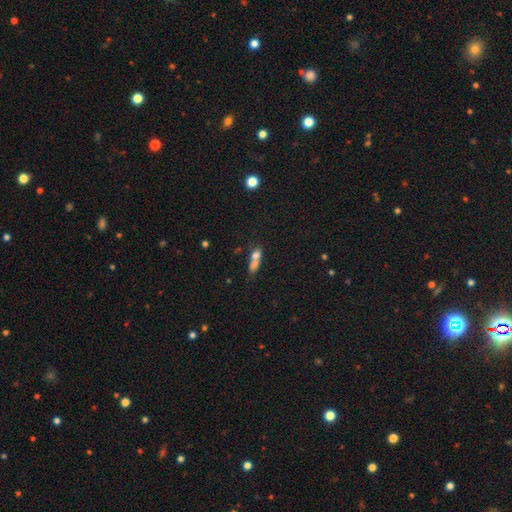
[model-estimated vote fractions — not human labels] A smooth galaxy with no disk features (67%) that is in between round and cigar-shaped (54%).

Vote fractions:
- Smooth or featured? smooth: 67% / featured or disk: 20% / star or artifact: 13%
- How rounded? in between: 54% / round: 26% / cigar-shaped: 20%
- Merging? merger: 59% / none: 24% / minor disturbance: 10% / major disturbance: 8%